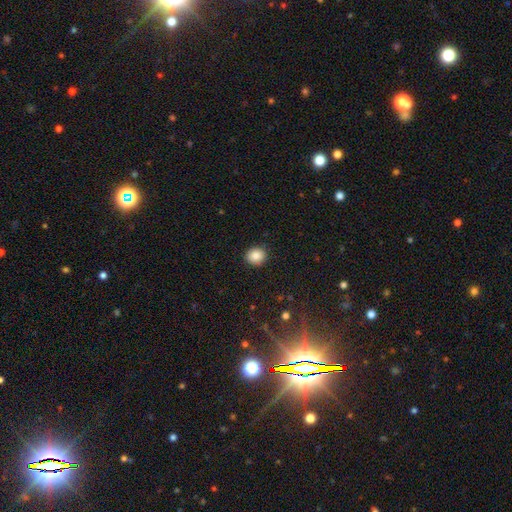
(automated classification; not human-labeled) Smooth or featured: smooth — 85% (star or artifact — 9%)
How rounded: round — 79% (in between — 20%)
Merging: none — 90% (minor disturbance — 7%)